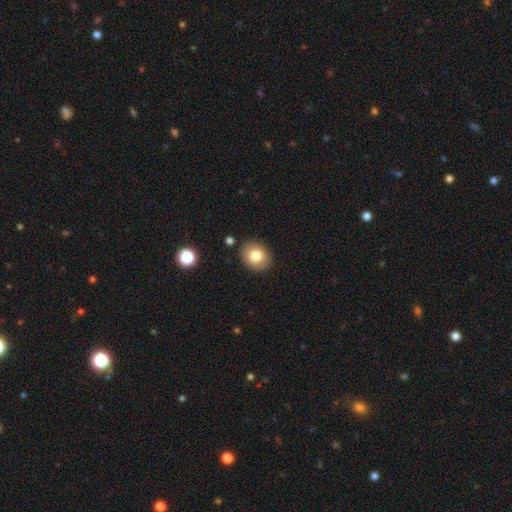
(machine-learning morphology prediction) Smooth or featured? smooth (80%)
How rounded? round (57%)
Merging? none (88%)